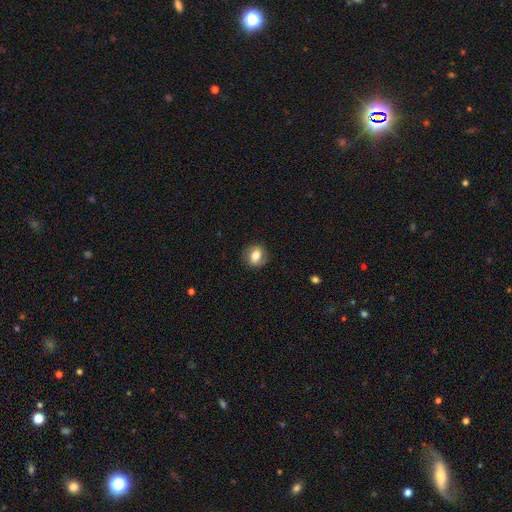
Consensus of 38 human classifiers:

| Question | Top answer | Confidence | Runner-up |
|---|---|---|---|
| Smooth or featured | smooth | 74% | featured or disk (26%) |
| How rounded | round | 54% | in between (46%) |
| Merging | none | 68% | minor disturbance (29%) |